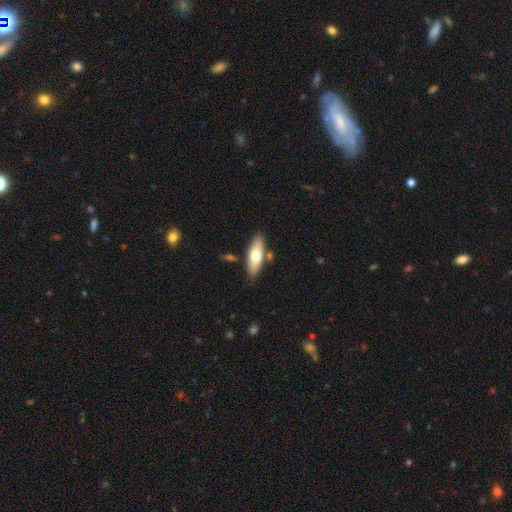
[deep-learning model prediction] Q: Smooth or featured?
A: smooth (64%); runner-up: featured or disk (31%)
Q: How rounded?
A: in between (60%); runner-up: cigar-shaped (37%)
Q: Merging?
A: none (81%); runner-up: minor disturbance (11%)